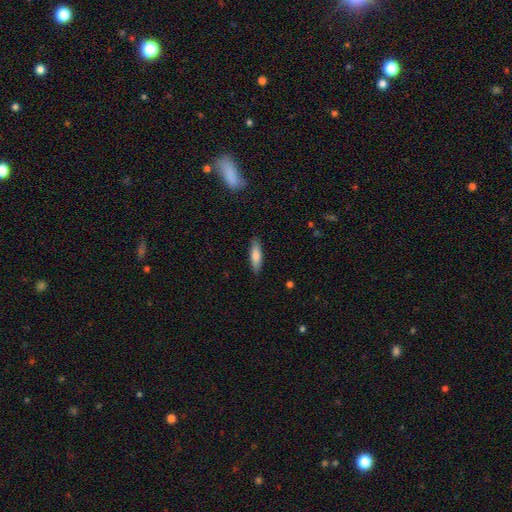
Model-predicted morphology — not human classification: The model was most divided on "how rounded": cigar-shaped: 60%, in between: 38%, round: 2%. More confident: merging — none (87%); smooth or featured — smooth (77%).